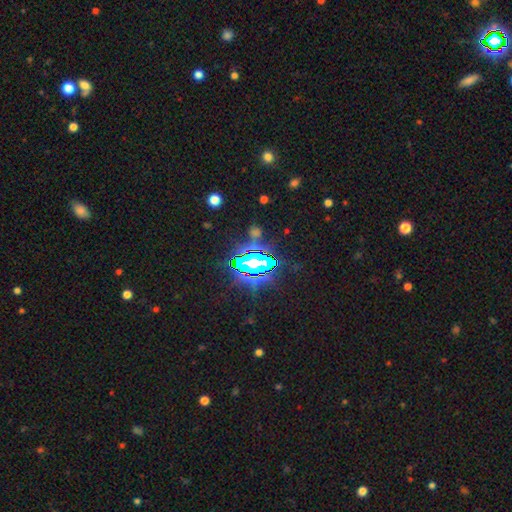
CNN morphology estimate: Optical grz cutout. It shows a star or artifact, not a galaxy (85%).